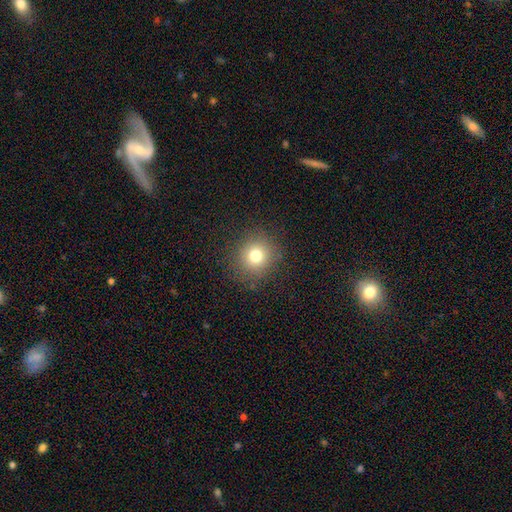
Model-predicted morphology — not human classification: Smooth or featured?
  - smooth: 77% *
  - star or artifact: 15%
  - featured or disk: 9%
How rounded?
  - round: 91% *
  - in between: 8%
  - cigar-shaped: 1%
Merging?
  - none: 88% *
  - minor disturbance: 8%
  - major disturbance: 4%
  - merger: 1%